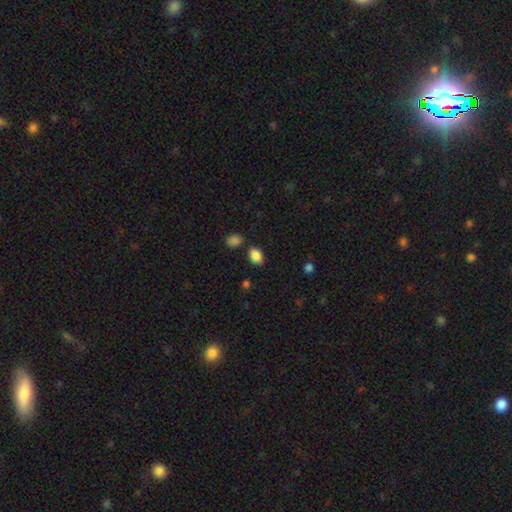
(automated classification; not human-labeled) A smooth galaxy with no disk features (87%) that is in between round and cigar-shaped (76%).

Vote fractions:
- Smooth or featured? smooth: 87% / star or artifact: 9% / featured or disk: 4%
- How rounded? in between: 76% / round: 23% / cigar-shaped: 1%
- Merging? none: 79% / minor disturbance: 12% / merger: 6% / major disturbance: 3%